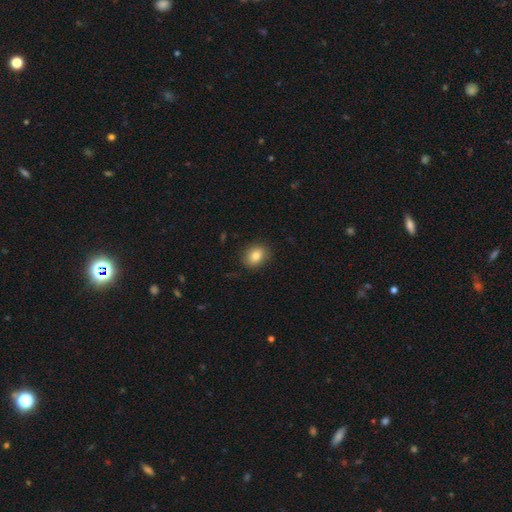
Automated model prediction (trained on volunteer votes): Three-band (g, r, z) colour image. It shows a smooth galaxy with no disk features (83%) that is round (50%). Merging: none (87%).